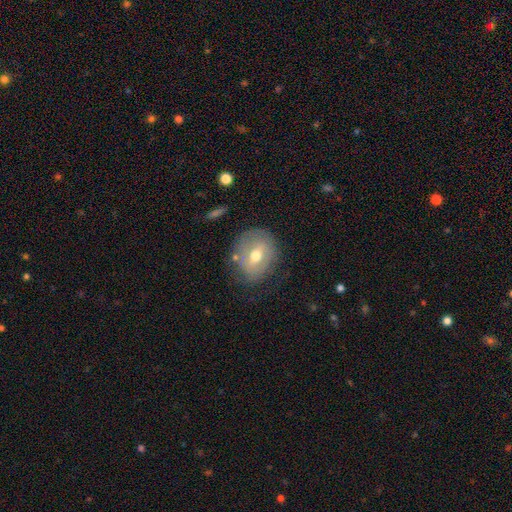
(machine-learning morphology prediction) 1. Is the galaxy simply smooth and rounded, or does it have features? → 47% smooth, 45% featured or disk, 8% star or artifact.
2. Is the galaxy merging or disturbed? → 70% none, 19% minor disturbance, 7% major disturbance, 3% merger.